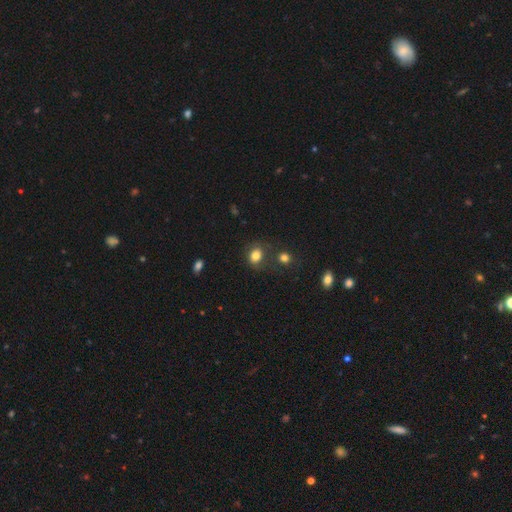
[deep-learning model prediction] Smooth or featured? Predicted: smooth (p=0.81). How rounded? Predicted: in between (p=0.52). Merging? Predicted: none (p=0.64).